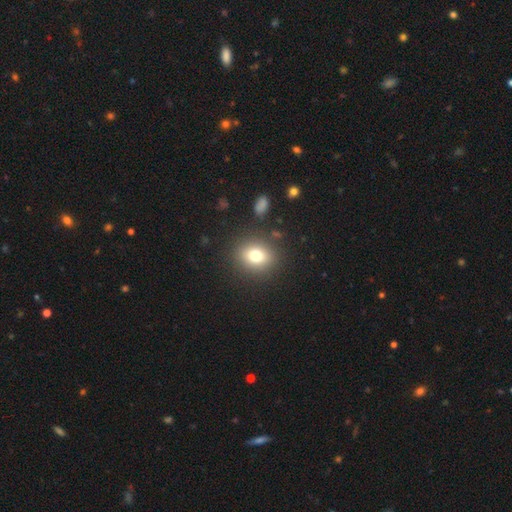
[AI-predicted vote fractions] Overall: smooth (77%). How rounded: round (63%; in between 36%). Merging: none (86%).